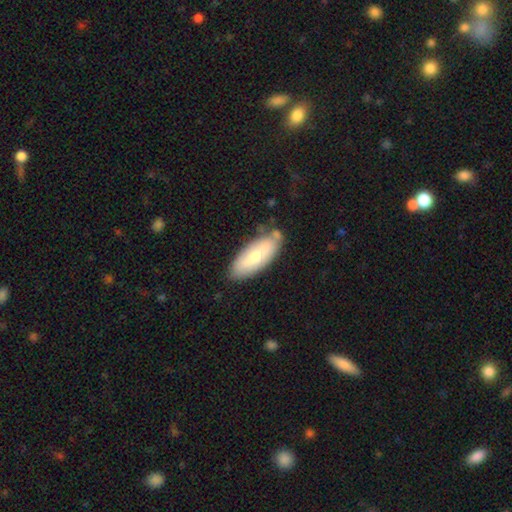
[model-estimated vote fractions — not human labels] Smooth or featured?
  - smooth: 64% *
  - featured or disk: 30%
  - star or artifact: 6%
How rounded?
  - in between: 73% *
  - cigar-shaped: 26%
  - round: 2%
Merging?
  - none: 73% *
  - minor disturbance: 18%
  - merger: 5%
  - major disturbance: 4%